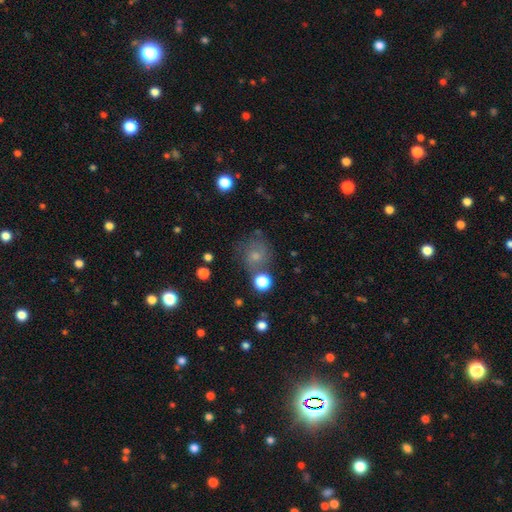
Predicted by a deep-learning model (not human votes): This appears to be a smooth galaxy with no disk features (62%) that is round (80%). Merging: none (64%).